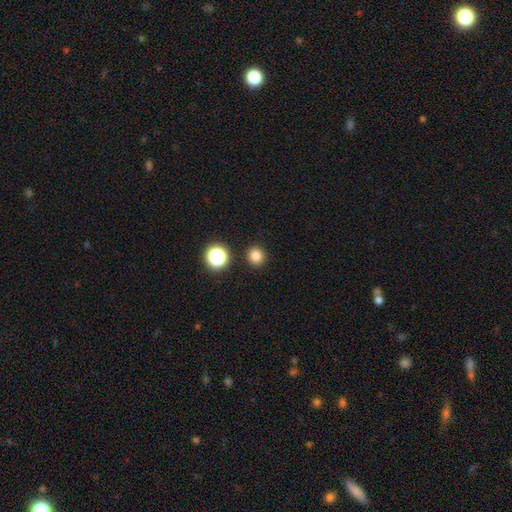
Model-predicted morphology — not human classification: A smooth galaxy with no disk features (82%) that is round (89%). Merging: none (91%).